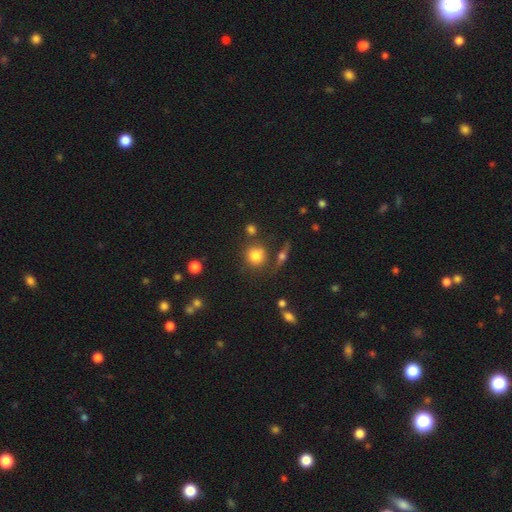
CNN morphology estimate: This appears to be a smooth galaxy with no disk features (78%) that is round (87%). Merging: none (74%).